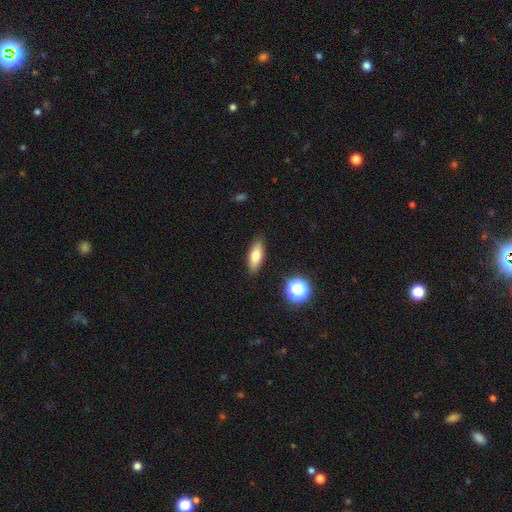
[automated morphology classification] Smooth or featured: smooth — 75% (featured or disk — 16%)
How rounded: in between — 69% (cigar-shaped — 27%)
Merging: none — 88% (minor disturbance — 8%)